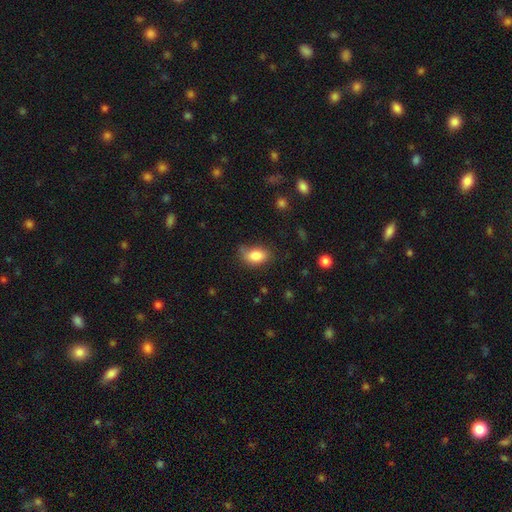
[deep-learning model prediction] A smooth galaxy with no disk features (83%) that is in between round and cigar-shaped (86%).

Vote fractions:
- Smooth or featured? smooth: 83% / featured or disk: 8% / star or artifact: 8%
- How rounded? in between: 86% / round: 12% / cigar-shaped: 2%
- Merging? none: 64% / minor disturbance: 26% / major disturbance: 7% / merger: 3%